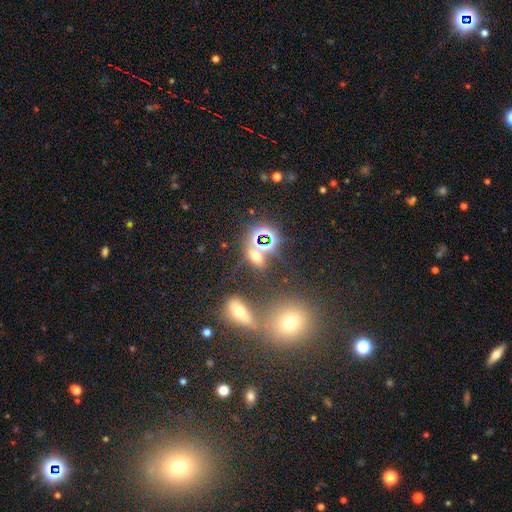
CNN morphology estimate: Smooth or featured? star or artifact (51%)